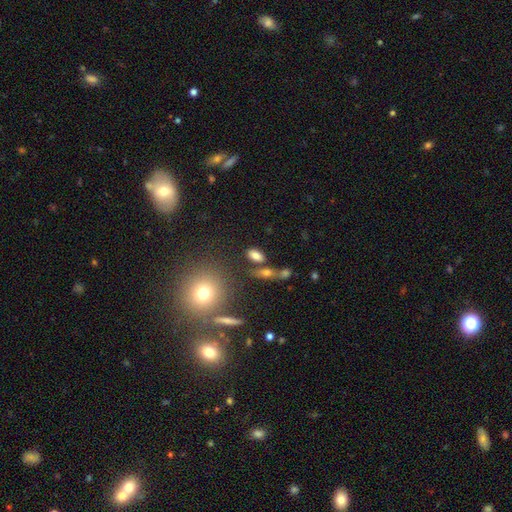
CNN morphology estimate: Smooth or featured?
  - smooth: 77% *
  - star or artifact: 12%
  - featured or disk: 11%
How rounded?
  - in between: 83% *
  - round: 9%
  - cigar-shaped: 8%
Merging?
  - none: 68% *
  - merger: 16%
  - minor disturbance: 11%
  - major disturbance: 5%